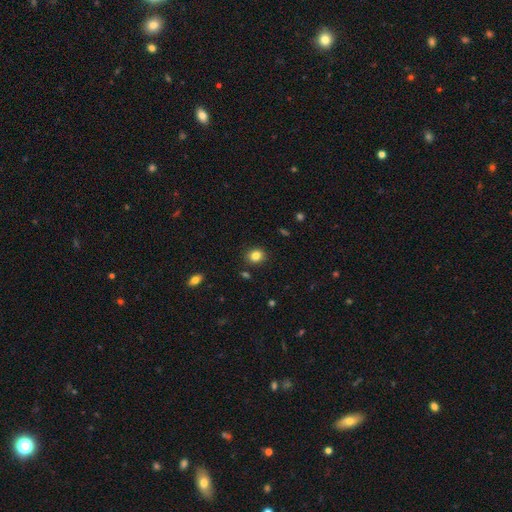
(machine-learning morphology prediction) A smooth galaxy with no disk features (83%) that is round (68%). Merging: none (88%).